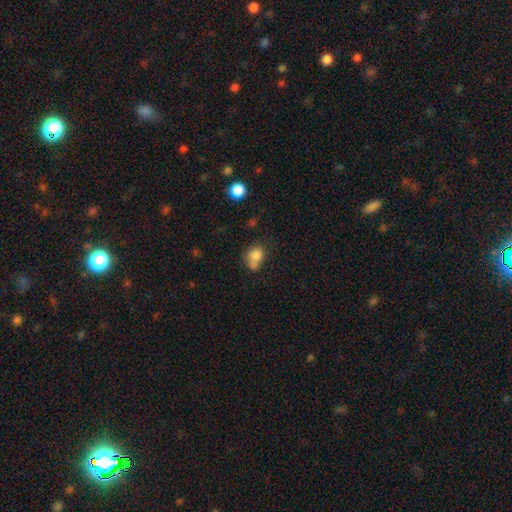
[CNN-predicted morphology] smooth 76%, featured or disk 13%, star or artifact 11%. Down the decision tree: how rounded — in between (51%); merging — merger (35%).